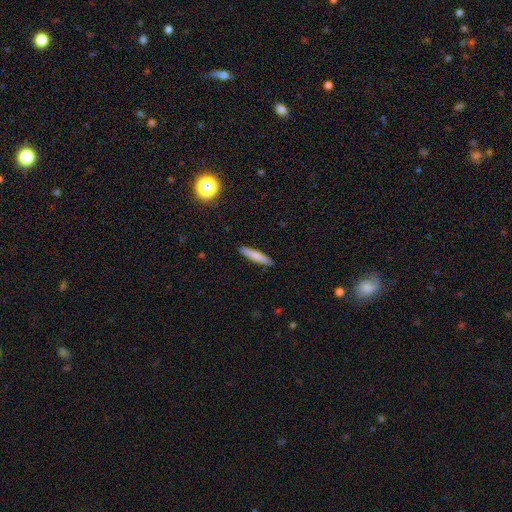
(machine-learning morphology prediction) A smooth galaxy with no disk features (75%) that is cigar-shaped (91%). Merging: none (91%).